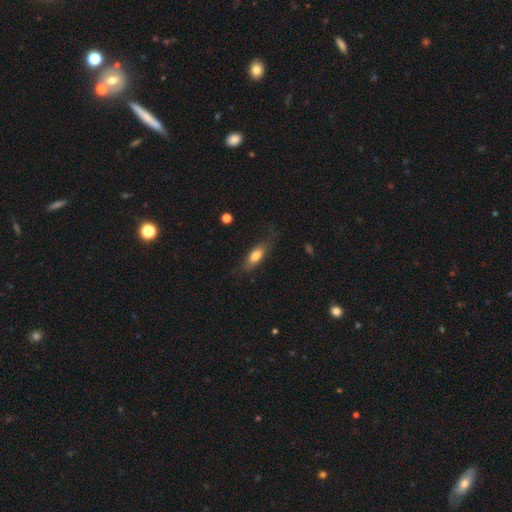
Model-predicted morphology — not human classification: Smooth or featured? Predicted: smooth (p=0.71). How rounded? Predicted: in between (p=0.71). Merging? Predicted: none (p=0.66).